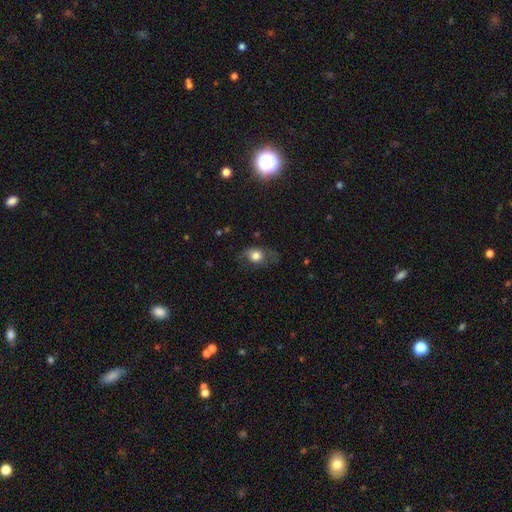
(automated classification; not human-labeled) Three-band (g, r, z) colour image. It shows a smooth galaxy with no disk features (69%) that is in between round and cigar-shaped (59%). Merging: none (57%).